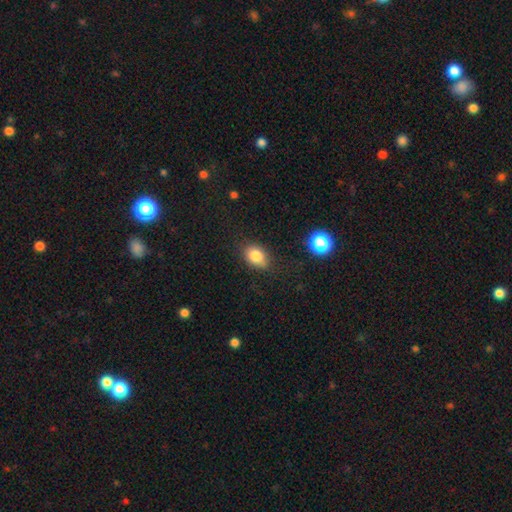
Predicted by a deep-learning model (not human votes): smooth-or-featured: smooth: 82% | star or artifact: 10% | featured or disk: 8%
  how-rounded: in between: 71% | round: 28% | cigar-shaped: 1%
  merging: none: 77% | minor disturbance: 17% | major disturbance: 4% | merger: 2%